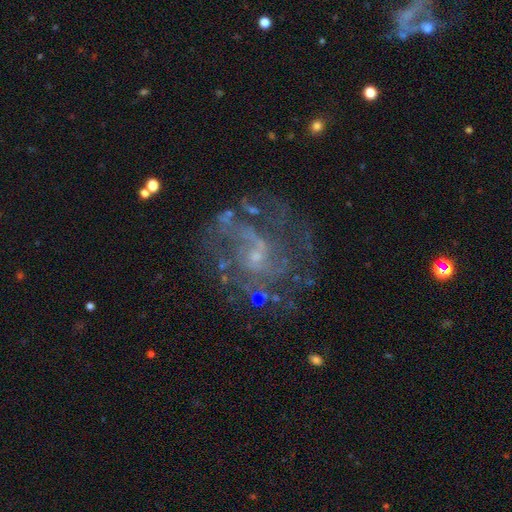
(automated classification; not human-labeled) Morphology: type=featured or disk (80%); edge-on=no (98%); bar=no (62%); spiral arms=yes (84%); winding=medium (45%); arm count=can't tell (33%); bulge=small (72%); merging=none (62%).